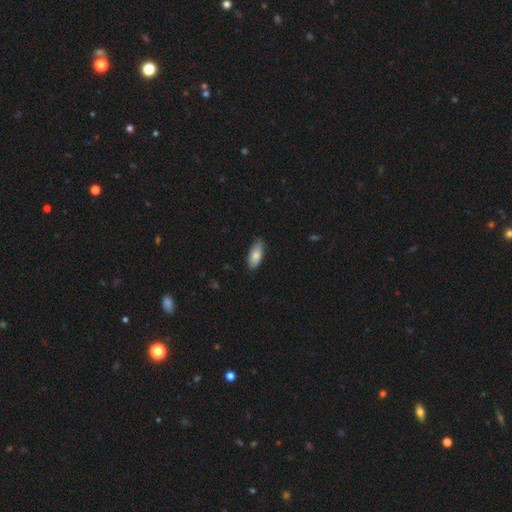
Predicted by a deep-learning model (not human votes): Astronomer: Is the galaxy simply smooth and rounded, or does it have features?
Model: smooth — 81%.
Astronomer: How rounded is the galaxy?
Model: in between — 82%.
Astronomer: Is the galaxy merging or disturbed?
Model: none — 79%.